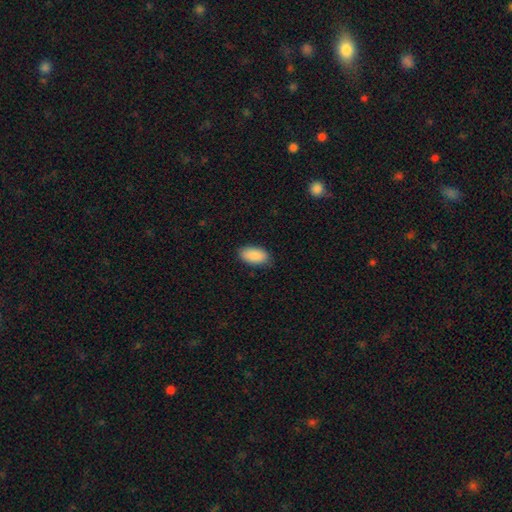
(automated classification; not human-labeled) smooth 90%, star or artifact 6%, featured or disk 3%. Down the decision tree: how rounded — in between (95%); merging — none (85%).